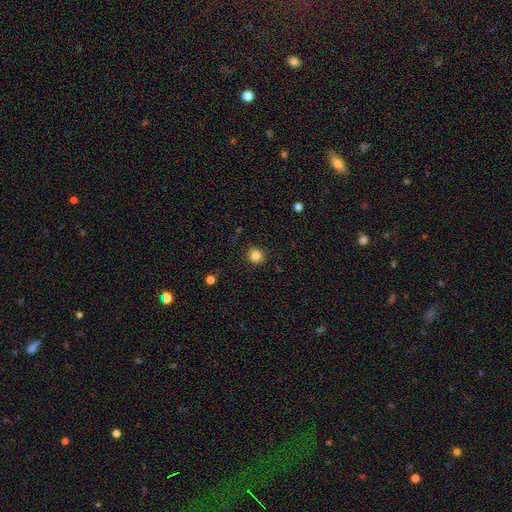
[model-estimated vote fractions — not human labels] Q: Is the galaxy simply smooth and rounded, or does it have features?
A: smooth — 84%.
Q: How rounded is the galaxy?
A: round — 90%.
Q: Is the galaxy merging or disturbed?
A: none — 90%.